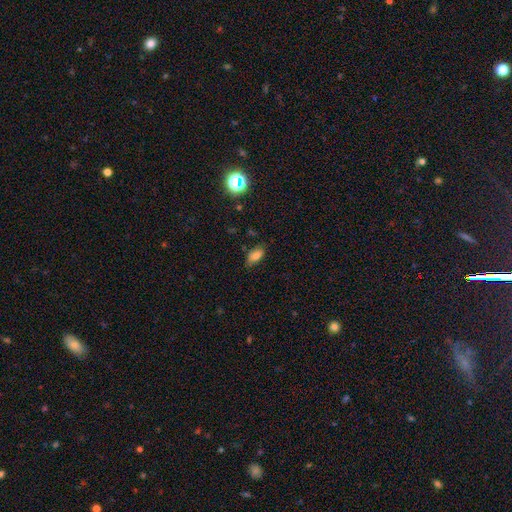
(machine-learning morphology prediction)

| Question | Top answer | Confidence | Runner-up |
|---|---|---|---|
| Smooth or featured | smooth | 76% | star or artifact (12%) |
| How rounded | in between | 89% | cigar-shaped (7%) |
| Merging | none | 76% | minor disturbance (19%) |